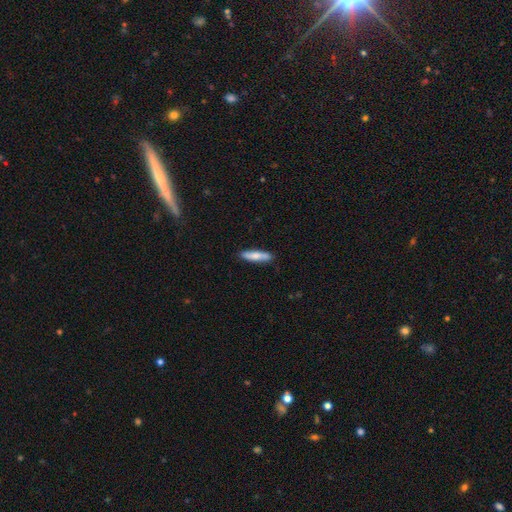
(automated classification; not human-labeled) This appears to be a smooth galaxy with no disk features (73%) that is cigar-shaped (79%). Merging: none (87%).